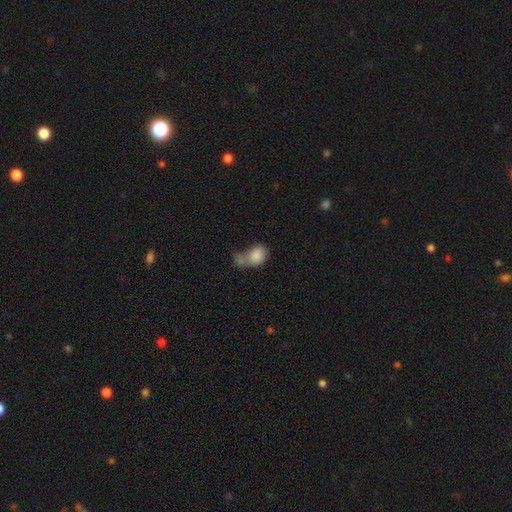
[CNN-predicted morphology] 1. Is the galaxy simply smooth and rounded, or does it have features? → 82% smooth, 10% featured or disk, 8% star or artifact.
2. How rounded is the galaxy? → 70% in between, 28% round, 1% cigar-shaped.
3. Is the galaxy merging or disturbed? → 49% merger, 23% none, 15% minor disturbance, 13% major disturbance.